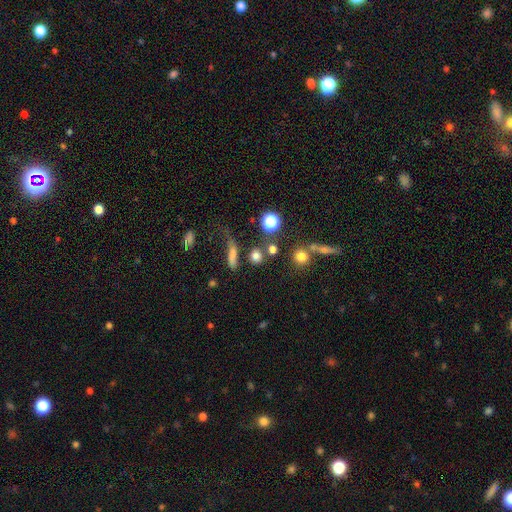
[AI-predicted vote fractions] The model was most divided on "merging": none: 67%, merger: 14%, minor disturbance: 12%, major disturbance: 7%. More confident: smooth or featured — smooth (73%); how rounded — round (73%).